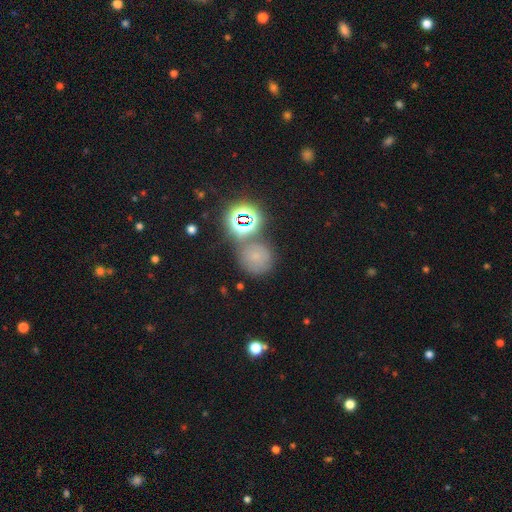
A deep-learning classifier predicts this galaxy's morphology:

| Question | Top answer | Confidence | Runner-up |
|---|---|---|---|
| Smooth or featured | smooth | 48% | star or artifact (36%) |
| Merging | none | 66% | minor disturbance (14%) |